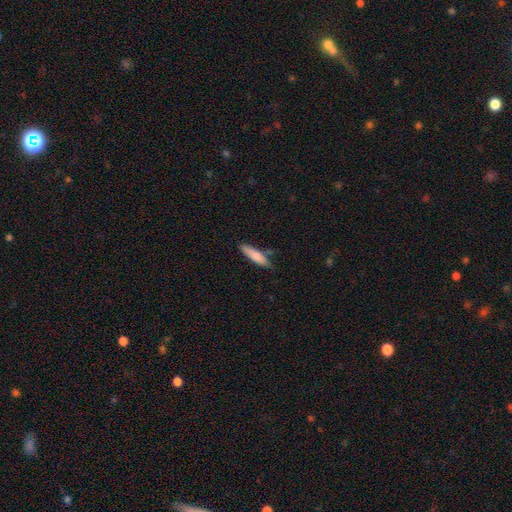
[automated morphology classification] Overall: smooth (75%). How rounded: cigar-shaped (74%). Merging: none (69%).